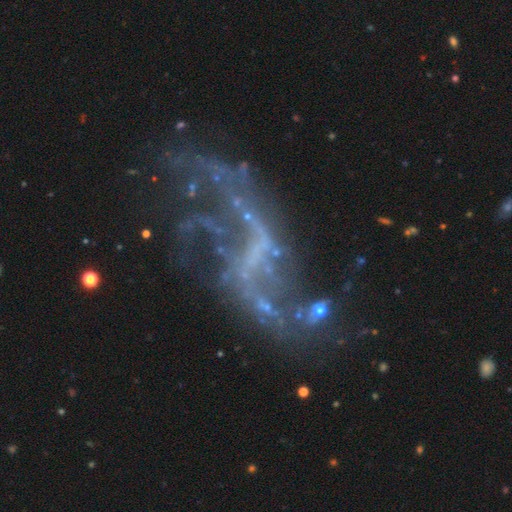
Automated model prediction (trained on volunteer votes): Smooth or featured: featured or disk — 80% (star or artifact — 14%)
Edge-on disk: no — 96% (yes — 4%)
Bar: weak — 37% (no — 35%)
Spiral arms: yes — 80% (no — 20%)
Spiral winding: loose — 85% (medium — 11%)
Spiral arm count: 2 — 57% (can't tell — 15%)
Bulge size: none — 74% (small — 19%)
Merging: none — 43% (major disturbance — 34%)